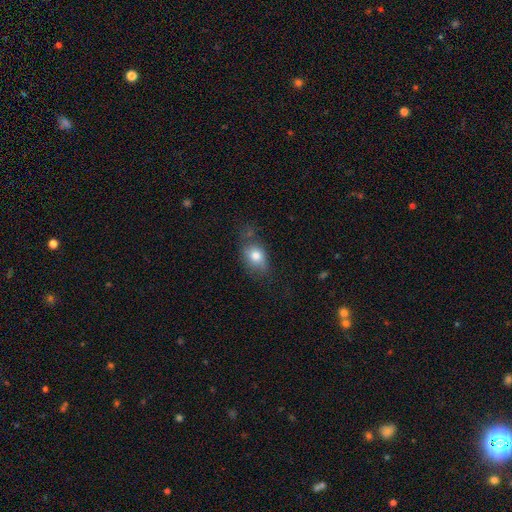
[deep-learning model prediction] This appears to be a smooth galaxy with no disk features (79%) that is in between round and cigar-shaped (74%). Merging: none (57%).